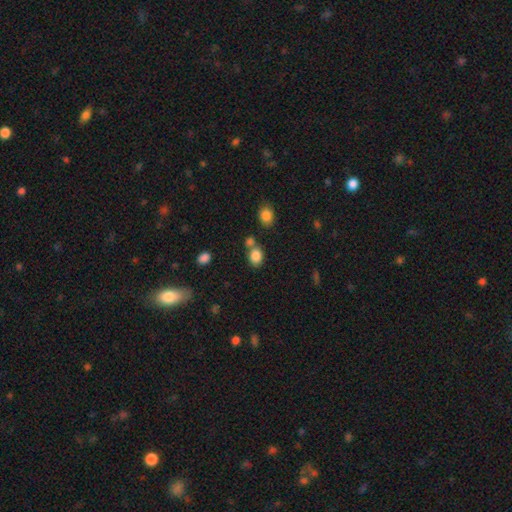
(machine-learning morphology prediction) type=smooth (84%); roundness=in between (54%); merging=none (57%).